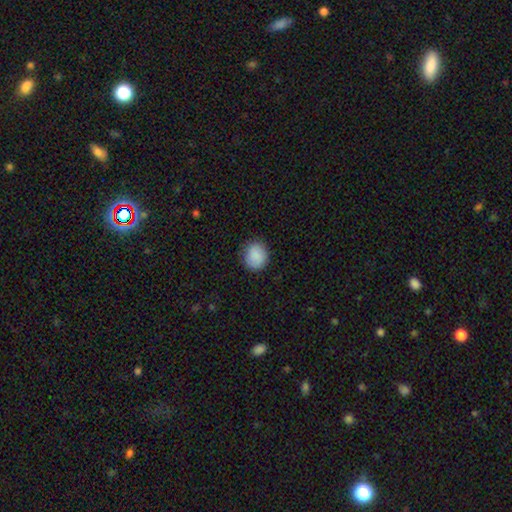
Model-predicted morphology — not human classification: This appears to be a smooth galaxy with no disk features (88%) that is round (79%). Merging: none (86%).